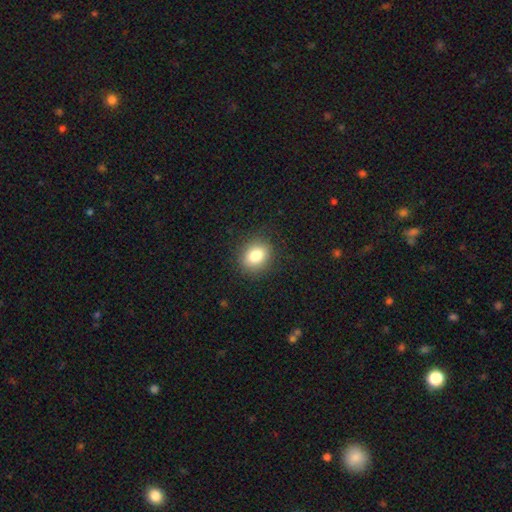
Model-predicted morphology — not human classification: Smooth or featured: smooth — 83% (star or artifact — 10%)
How rounded: round — 54% (in between — 45%)
Merging: none — 87% (minor disturbance — 9%)